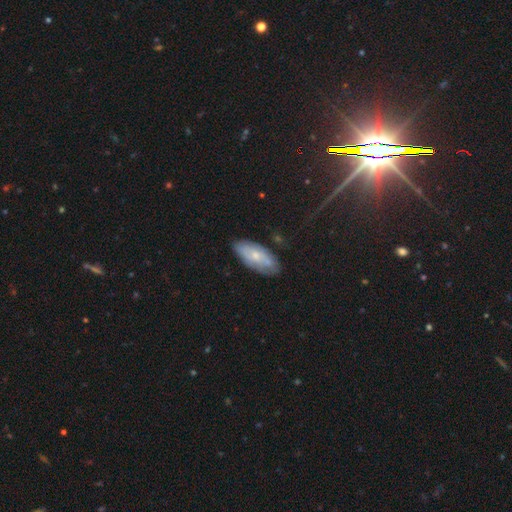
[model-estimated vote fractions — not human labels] smooth 49%, featured or disk 44%, star or artifact 7%. Down the decision tree: merging — none (71%).